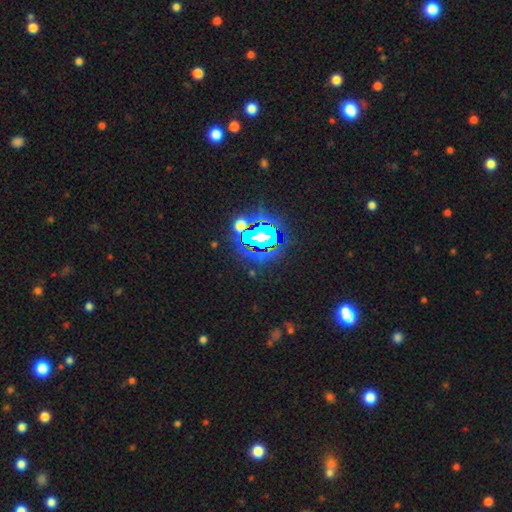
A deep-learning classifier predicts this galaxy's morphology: Smooth or featured? star or artifact (83%)